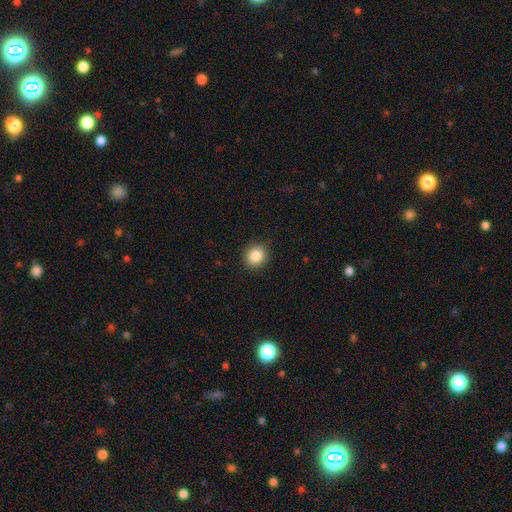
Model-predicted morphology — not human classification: type=smooth (86%); roundness=round (86%); merging=none (89%).